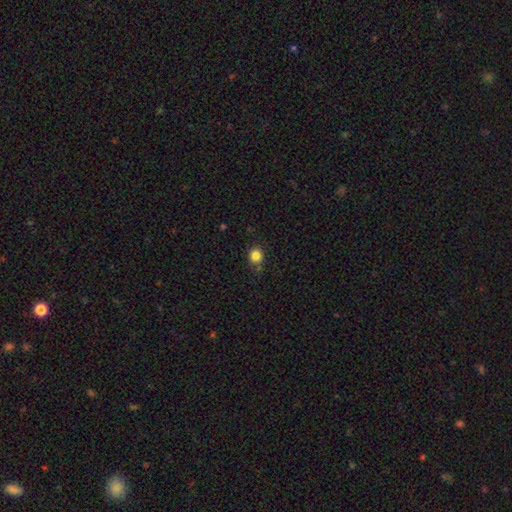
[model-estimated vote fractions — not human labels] smooth 83%, star or artifact 12%, featured or disk 5%. Down the decision tree: how rounded — round (84%); merging — none (80%).